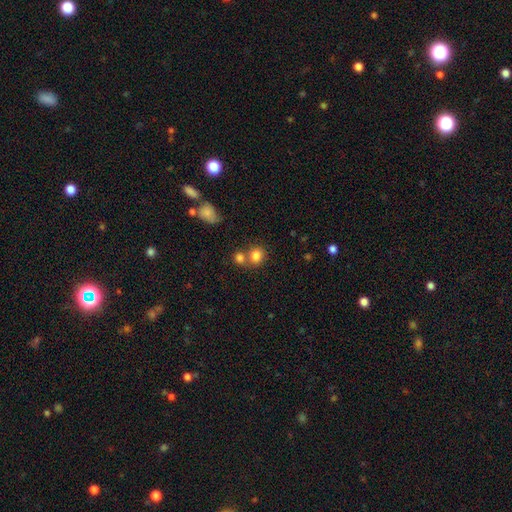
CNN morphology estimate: Smooth or featured: smooth — 82% (star or artifact — 11%)
How rounded: round — 73% (in between — 26%)
Merging: none — 51% (merger — 35%)